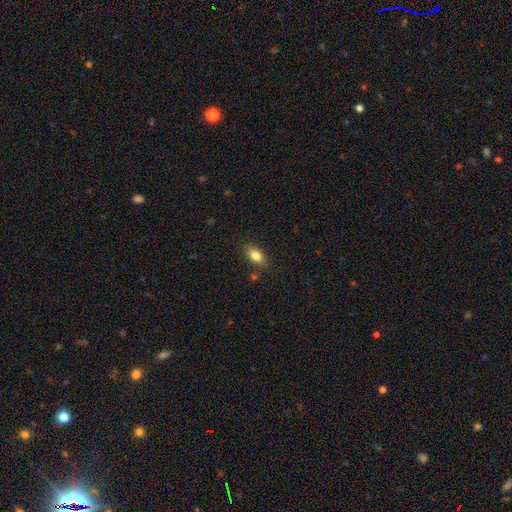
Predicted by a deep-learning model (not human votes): smooth_or_featured: smooth (p=0.82) [alt: featured or disk p=0.10]
how_rounded: in between (p=0.86) [alt: round p=0.08]
merging: none (p=0.82) [alt: minor disturbance p=0.12]